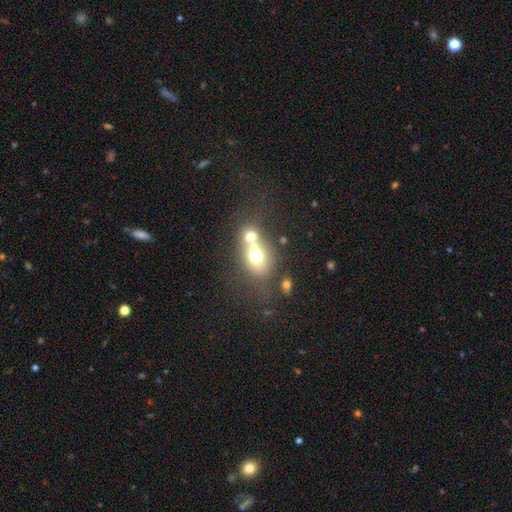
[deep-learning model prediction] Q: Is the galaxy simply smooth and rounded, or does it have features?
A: smooth — 63%.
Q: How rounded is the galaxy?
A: round — 55%.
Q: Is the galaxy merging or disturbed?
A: merger — 53%.